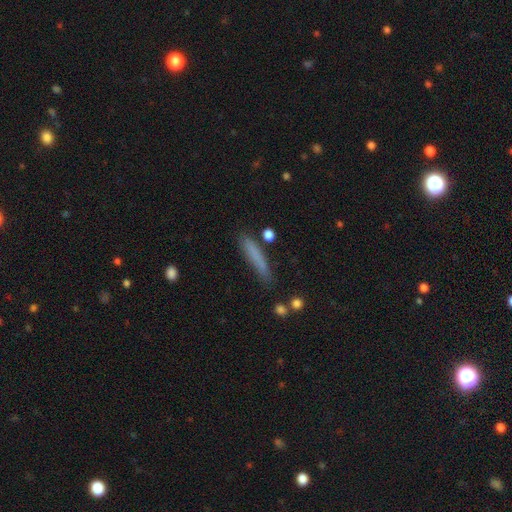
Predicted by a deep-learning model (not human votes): This appears to be a smooth galaxy with no disk features (75%) that is cigar-shaped (91%). Merging: none (77%).